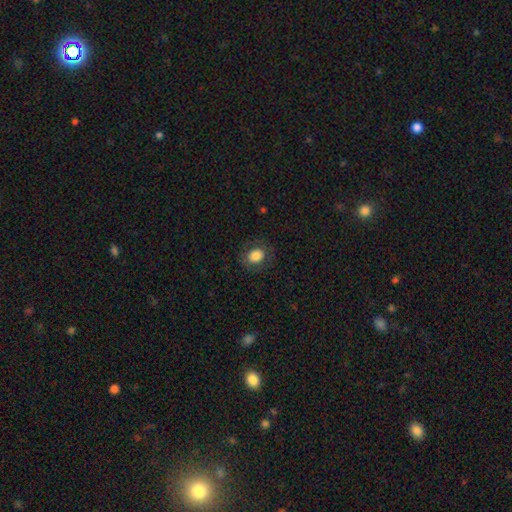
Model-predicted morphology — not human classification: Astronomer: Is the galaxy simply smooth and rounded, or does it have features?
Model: smooth — 80%.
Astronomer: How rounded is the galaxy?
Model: round — 54% (runner-up: in between, 45%).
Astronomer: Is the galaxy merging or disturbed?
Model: none — 82%.